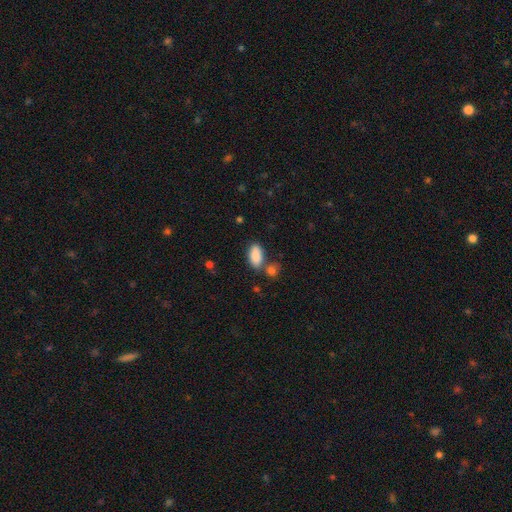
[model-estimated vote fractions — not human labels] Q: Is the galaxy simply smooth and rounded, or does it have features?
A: smooth — 88%.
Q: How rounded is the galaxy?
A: in between — 93%.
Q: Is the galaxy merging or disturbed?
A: none — 63%.